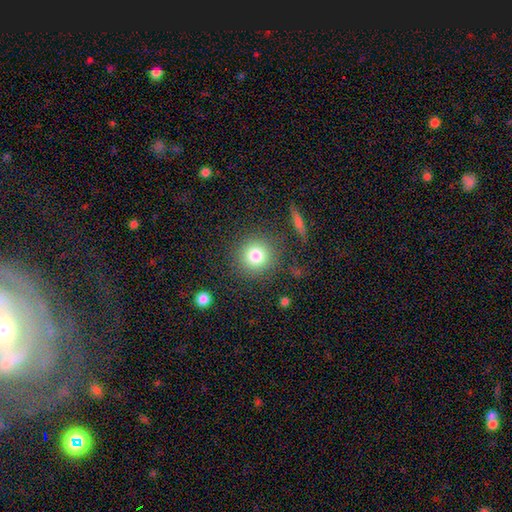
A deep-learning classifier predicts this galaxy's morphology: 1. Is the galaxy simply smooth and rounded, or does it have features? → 79% smooth, 12% star or artifact, 9% featured or disk.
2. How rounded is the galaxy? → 93% round, 6% in between, 1% cigar-shaped.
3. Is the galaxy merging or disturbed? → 85% none, 8% minor disturbance, 4% major disturbance, 3% merger.